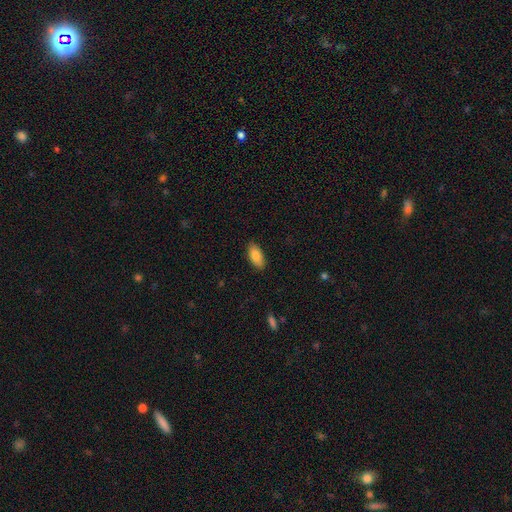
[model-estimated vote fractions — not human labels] The model was most divided on "smooth or featured": smooth: 83%, featured or disk: 10%, star or artifact: 6%. More confident: how rounded — in between (89%); merging — none (88%).